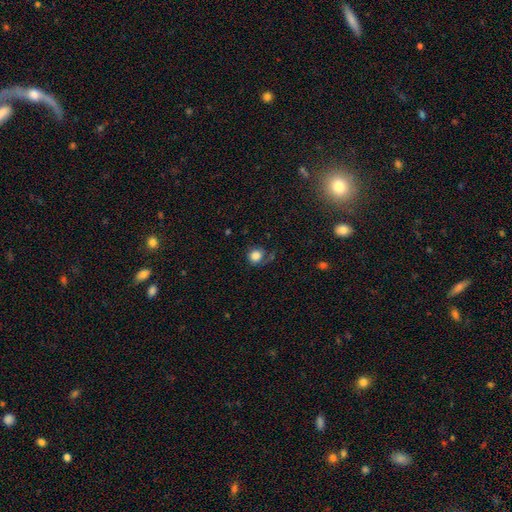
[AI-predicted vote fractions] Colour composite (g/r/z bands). It shows a smooth galaxy with no disk features (82%) that is round (85%). Merging: none (59%).